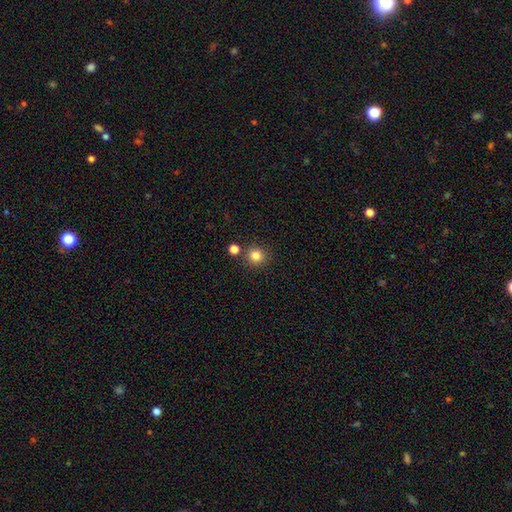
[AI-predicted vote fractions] A smooth galaxy with no disk features (83%) that is round (92%). Merging: none (81%).